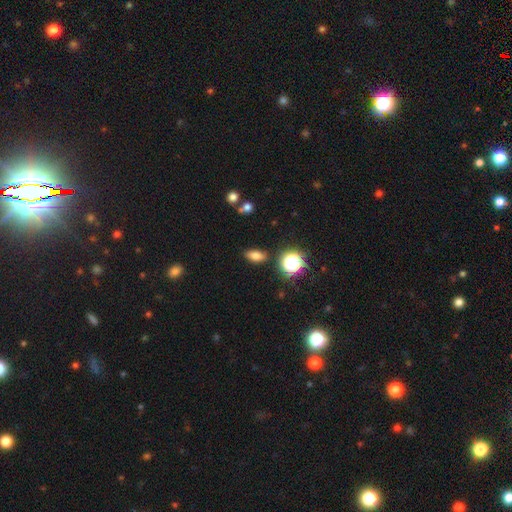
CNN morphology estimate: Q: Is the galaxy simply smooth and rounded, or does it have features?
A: smooth — 74%.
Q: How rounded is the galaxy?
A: in between — 78%.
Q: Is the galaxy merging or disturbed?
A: none — 84%.